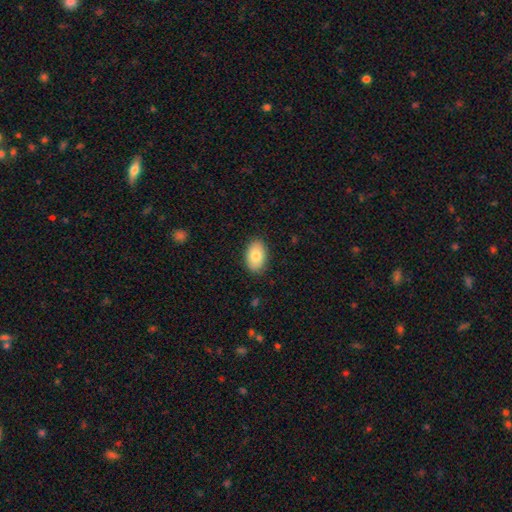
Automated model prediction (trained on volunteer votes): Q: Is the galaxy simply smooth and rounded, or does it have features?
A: smooth — 82%.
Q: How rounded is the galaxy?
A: in between — 90%.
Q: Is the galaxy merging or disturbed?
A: none — 87%.